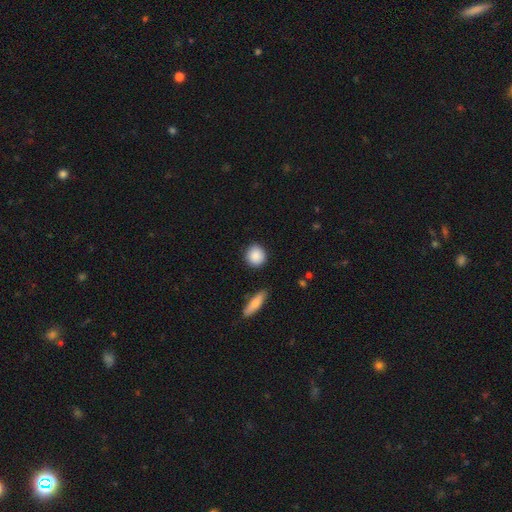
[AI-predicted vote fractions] smooth-or-featured: smooth: 89% | star or artifact: 7% | featured or disk: 4%
  how-rounded: round: 85% | in between: 13% | cigar-shaped: 2%
  merging: none: 88% | minor disturbance: 8% | major disturbance: 2% | merger: 2%